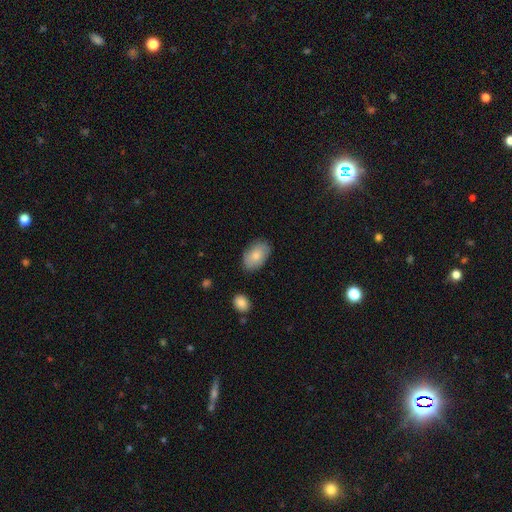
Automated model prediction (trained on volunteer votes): smooth-or-featured: smooth: 81% | featured or disk: 13% | star or artifact: 6%
  how-rounded: in between: 90% | round: 8% | cigar-shaped: 1%
  merging: none: 81% | minor disturbance: 14% | major disturbance: 3% | merger: 2%